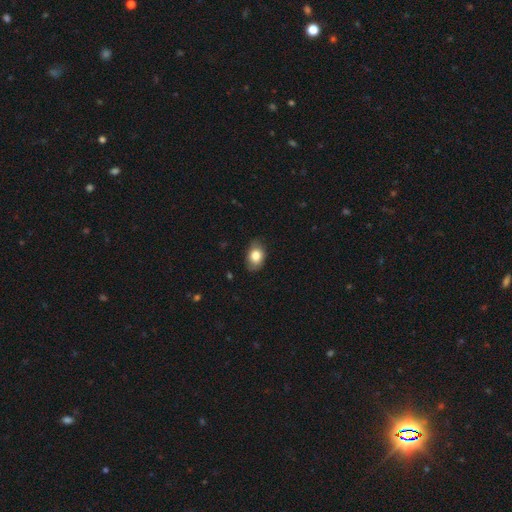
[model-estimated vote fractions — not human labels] Smooth or featured: smooth — 81% (featured or disk — 12%)
How rounded: in between — 80% (round — 19%)
Merging: none — 78% (minor disturbance — 17%)